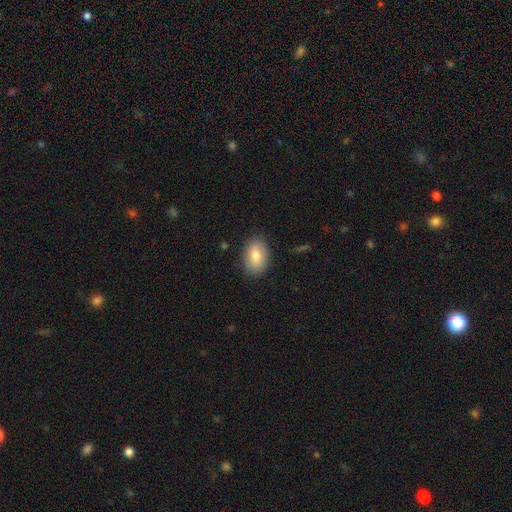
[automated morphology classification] smooth-or-featured: smooth: 80% | featured or disk: 13% | star or artifact: 8%
  how-rounded: in between: 84% | round: 15% | cigar-shaped: 1%
  merging: none: 86% | minor disturbance: 11% | major disturbance: 3% | merger: 1%